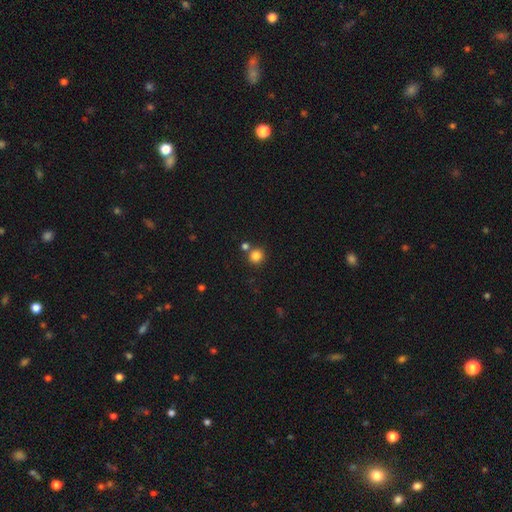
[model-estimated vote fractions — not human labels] Smooth or featured? Predicted: smooth (p=0.83). How rounded? Predicted: round (p=0.91). Merging? Predicted: none (p=0.73).